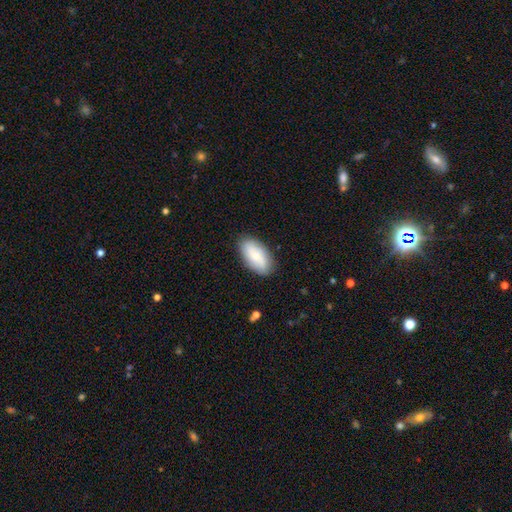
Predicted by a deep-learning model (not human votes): Morphology: type=smooth (72%); roundness=in between (93%); merging=none (85%).